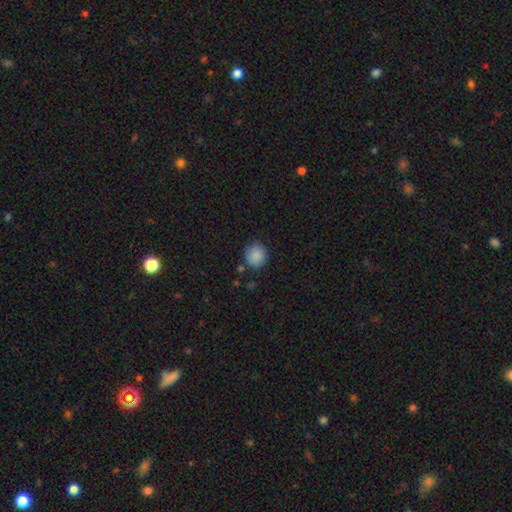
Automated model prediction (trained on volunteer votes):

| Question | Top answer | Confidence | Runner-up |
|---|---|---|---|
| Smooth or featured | smooth | 88% | star or artifact (8%) |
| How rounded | round | 89% | in between (10%) |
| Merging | none | 83% | minor disturbance (11%) |